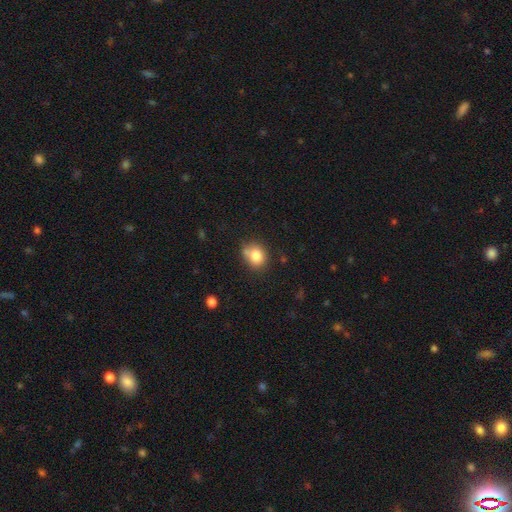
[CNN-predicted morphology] Smooth or featured?
  - smooth: 81% *
  - star or artifact: 10%
  - featured or disk: 9%
How rounded?
  - round: 61% *
  - in between: 38%
  - cigar-shaped: 1%
Merging?
  - none: 60% *
  - minor disturbance: 22%
  - merger: 12%
  - major disturbance: 6%